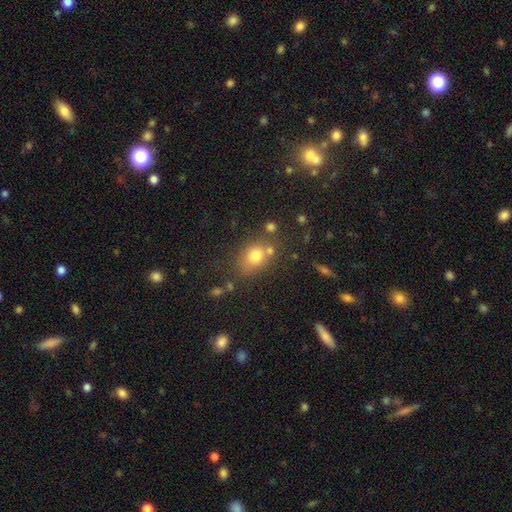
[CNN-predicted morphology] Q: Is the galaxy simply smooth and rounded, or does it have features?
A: smooth — 74%.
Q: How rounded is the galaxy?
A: round — 50%.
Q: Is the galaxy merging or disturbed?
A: none — 62%.